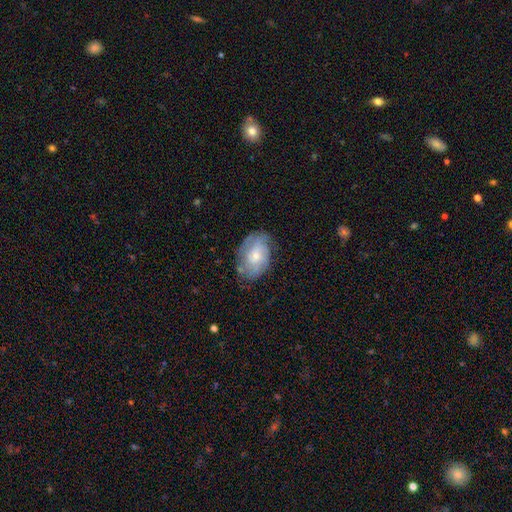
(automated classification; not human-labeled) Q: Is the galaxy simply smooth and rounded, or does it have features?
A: featured or disk — 55%.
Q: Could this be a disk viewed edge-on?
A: no — 96%.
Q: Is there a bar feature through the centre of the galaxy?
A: no — 70%.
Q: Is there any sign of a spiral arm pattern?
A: yes — 74%.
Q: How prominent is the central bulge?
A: small — 48%.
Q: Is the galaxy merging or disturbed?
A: none — 66%.